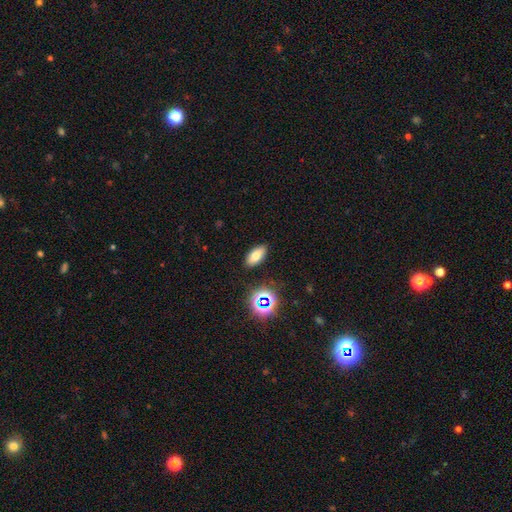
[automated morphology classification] Overall: smooth (72%). How rounded: in between (83%). Merging: none (88%).